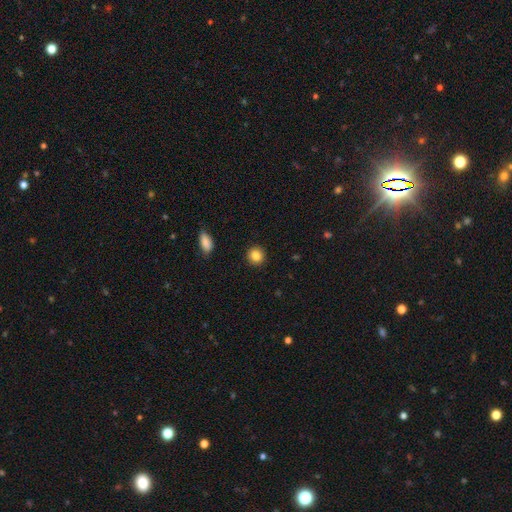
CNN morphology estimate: Overall: smooth (85%). How rounded: round (89%). Merging: none (92%).